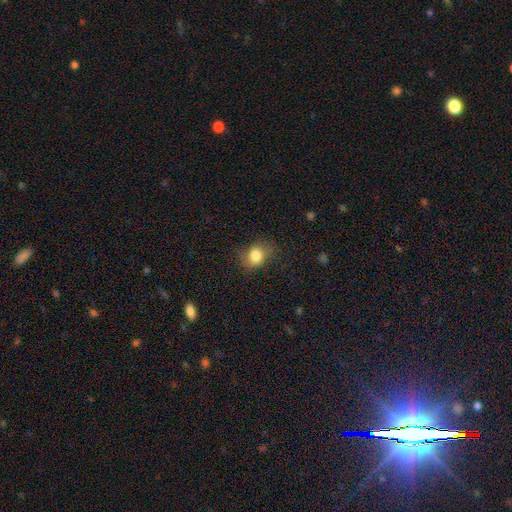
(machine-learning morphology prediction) type=smooth (82%); roundness=round (51%); merging=none (71%).